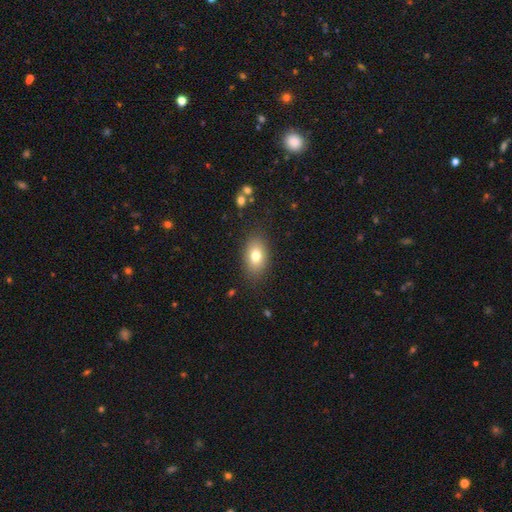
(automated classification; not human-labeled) Q: Smooth or featured?
A: smooth (78%); runner-up: featured or disk (13%)
Q: How rounded?
A: in between (85%); runner-up: round (13%)
Q: Merging?
A: none (84%); runner-up: minor disturbance (11%)